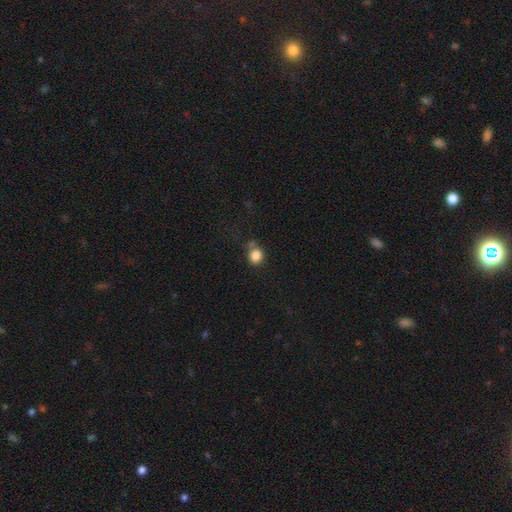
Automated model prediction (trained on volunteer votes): Q: Smooth or featured?
A: smooth (84%); runner-up: star or artifact (11%)
Q: How rounded?
A: round (73%); runner-up: in between (26%)
Q: Merging?
A: none (63%); runner-up: minor disturbance (17%)